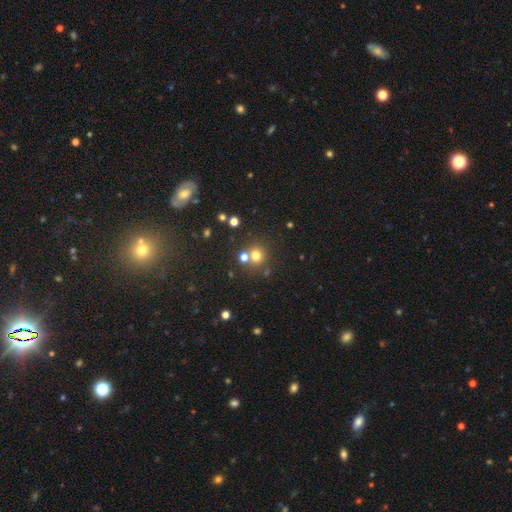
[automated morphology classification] Smooth or featured?
  - smooth: 70% *
  - star or artifact: 20%
  - featured or disk: 9%
How rounded?
  - round: 89% *
  - in between: 10%
  - cigar-shaped: 1%
Merging?
  - none: 66% *
  - merger: 22%
  - minor disturbance: 8%
  - major disturbance: 4%